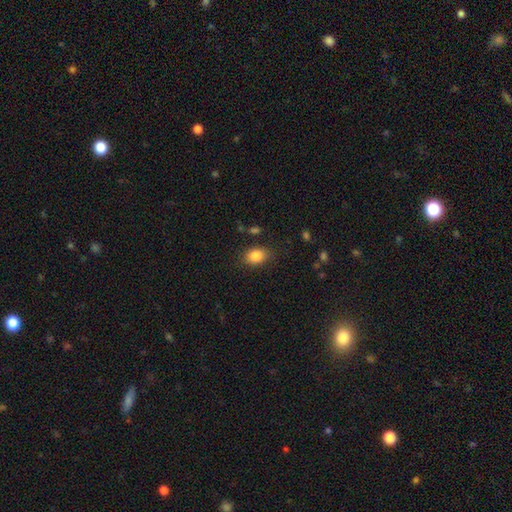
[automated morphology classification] smooth 84%, star or artifact 9%, featured or disk 7%. Down the decision tree: how rounded — in between (73%); merging — none (81%).